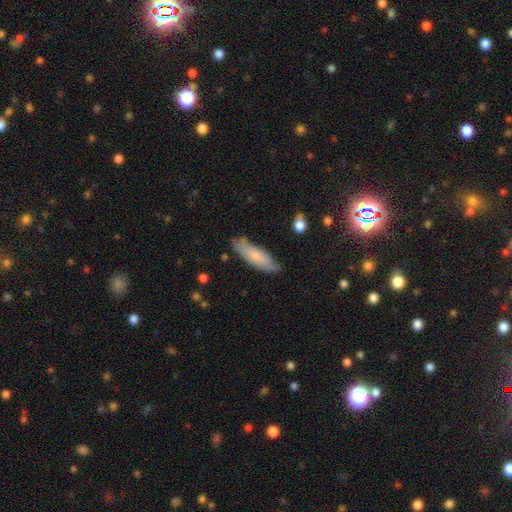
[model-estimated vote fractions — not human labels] Q: Smooth or featured?
A: smooth (72%); runner-up: featured or disk (22%)
Q: How rounded?
A: cigar-shaped (54%); runner-up: in between (44%)
Q: Merging?
A: none (77%); runner-up: minor disturbance (18%)